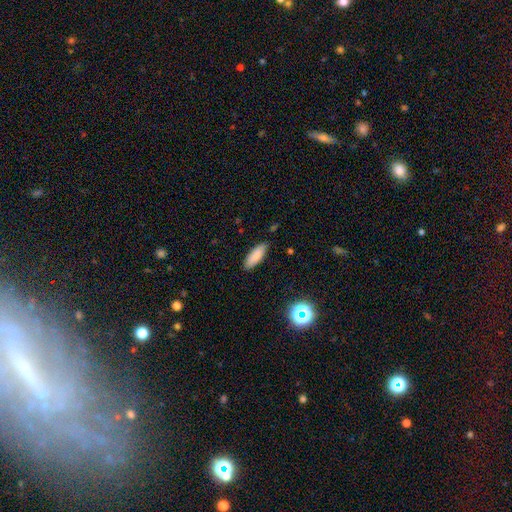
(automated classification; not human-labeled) Smooth or featured?
  - smooth: 86% *
  - star or artifact: 8%
  - featured or disk: 6%
How rounded?
  - in between: 61% *
  - cigar-shaped: 37%
  - round: 2%
Merging?
  - none: 86% *
  - minor disturbance: 10%
  - major disturbance: 2%
  - merger: 1%